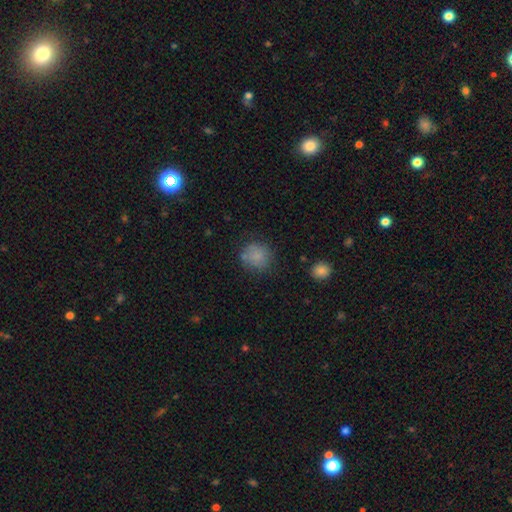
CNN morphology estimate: The model was most divided on "merging": none: 73%, minor disturbance: 16%, major disturbance: 6%, merger: 5%. More confident: how rounded — round (89%); smooth or featured — smooth (81%).